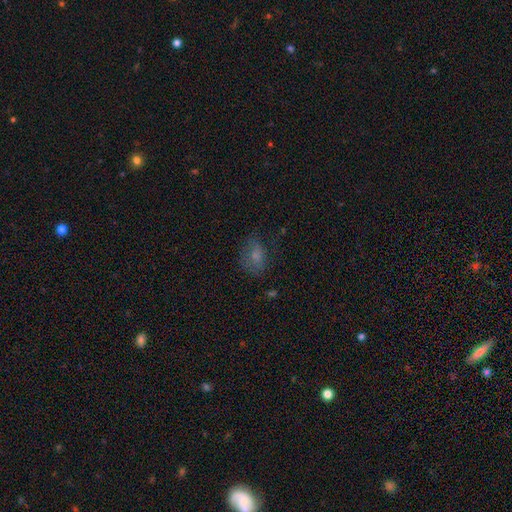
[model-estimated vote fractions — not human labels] Q: Smooth or featured?
A: smooth (67%); runner-up: featured or disk (19%)
Q: How rounded?
A: in between (76%); runner-up: round (22%)
Q: Merging?
A: none (54%); runner-up: minor disturbance (25%)